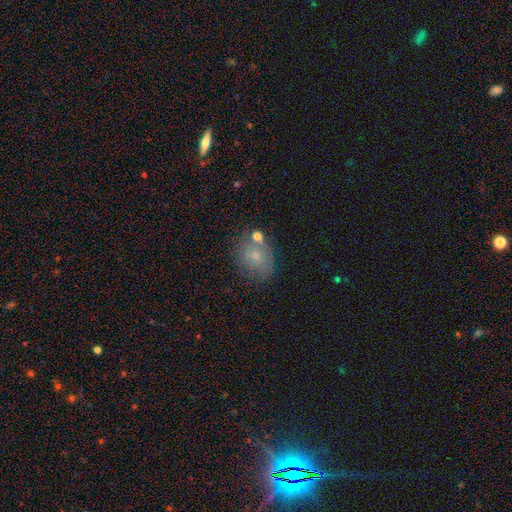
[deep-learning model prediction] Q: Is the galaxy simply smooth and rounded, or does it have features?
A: smooth — 62%.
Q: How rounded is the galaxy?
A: in between — 59%.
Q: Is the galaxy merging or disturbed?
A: none — 62%.